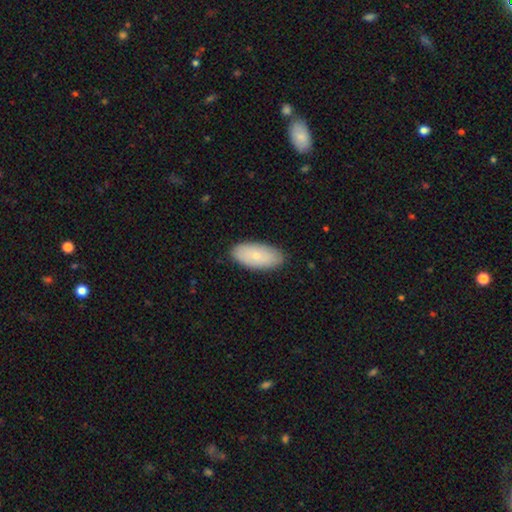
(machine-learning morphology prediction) Smooth or featured?
  - smooth: 76% *
  - featured or disk: 18%
  - star or artifact: 6%
How rounded?
  - in between: 93% *
  - cigar-shaped: 4%
  - round: 2%
Merging?
  - none: 86% *
  - minor disturbance: 11%
  - major disturbance: 2%
  - merger: 1%